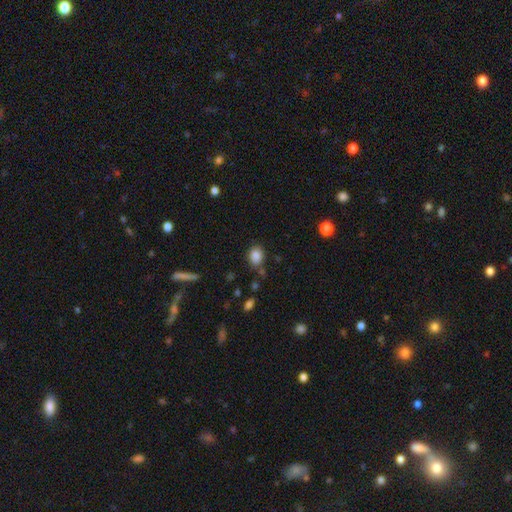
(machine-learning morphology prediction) smooth-or-featured: smooth: 86% | star or artifact: 10% | featured or disk: 5%
  how-rounded: round: 53% | in between: 46% | cigar-shaped: 1%
  merging: none: 78% | minor disturbance: 13% | merger: 5% | major disturbance: 4%